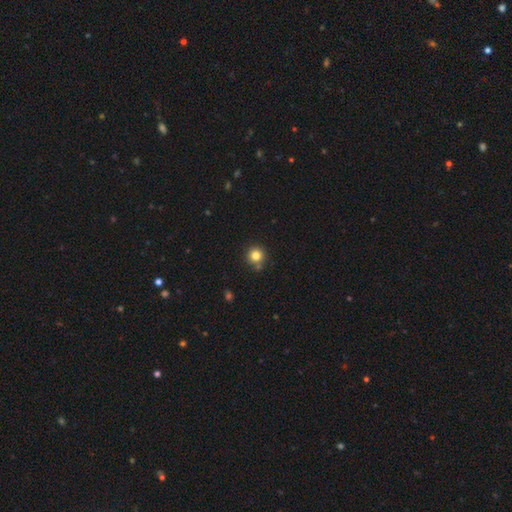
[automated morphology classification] smooth 81%, star or artifact 12%, featured or disk 6%. Down the decision tree: how rounded — round (94%); merging — none (79%).